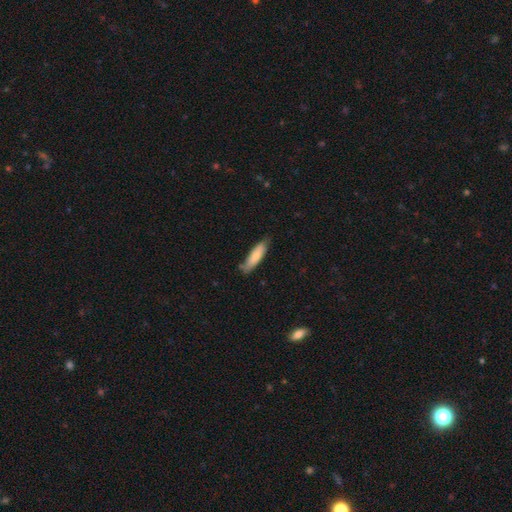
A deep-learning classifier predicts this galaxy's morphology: Smooth or featured? Predicted: smooth (p=0.77). How rounded? Predicted: cigar-shaped (p=0.64). Merging? Predicted: none (p=0.71).